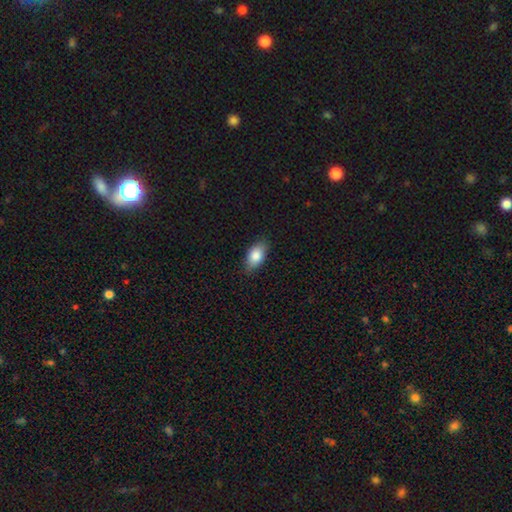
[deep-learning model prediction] A smooth galaxy with no disk features (84%) that is in between round and cigar-shaped (90%).

Vote fractions:
- Smooth or featured? smooth: 84% / featured or disk: 9% / star or artifact: 7%
- How rounded? in between: 90% / round: 5% / cigar-shaped: 4%
- Merging? none: 85% / minor disturbance: 12% / major disturbance: 2% / merger: 1%